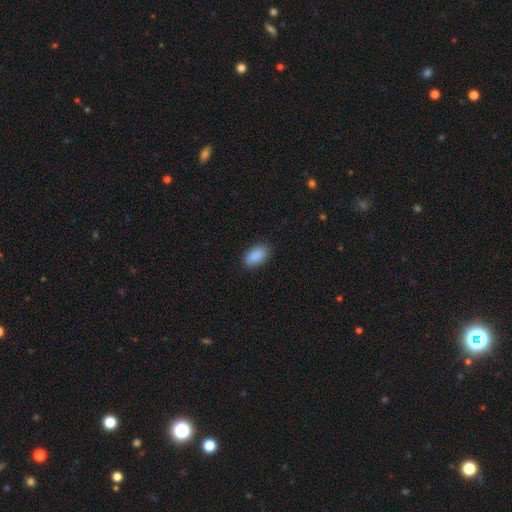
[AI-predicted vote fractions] A smooth galaxy with no disk features (90%) that is in between round and cigar-shaped (93%). Merging: none (86%).